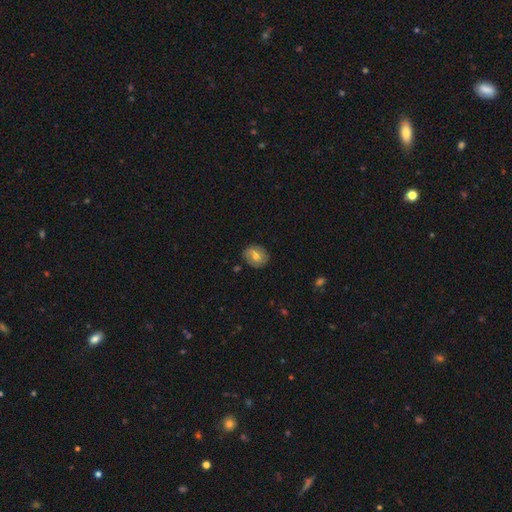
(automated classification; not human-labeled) The model was most divided on "smooth or featured": smooth: 59%, featured or disk: 32%, star or artifact: 9%. More confident: merging — none (81%); how rounded — round (66%).